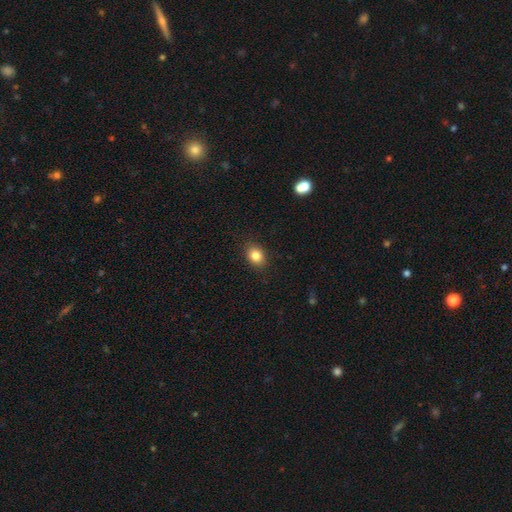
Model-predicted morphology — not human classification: smooth_or_featured: smooth (p=0.84) [alt: star or artifact p=0.10]
how_rounded: in between (p=0.57) [alt: round p=0.42]
merging: none (p=0.88) [alt: minor disturbance p=0.08]